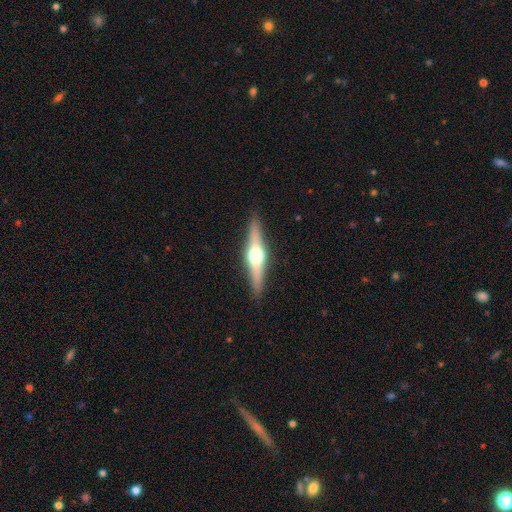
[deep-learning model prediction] featured or disk 70%, smooth 24%, star or artifact 6%. Down the decision tree: edge-on disk — yes (97%); edge-on bulge — rounded (95%); merging — none (90%).